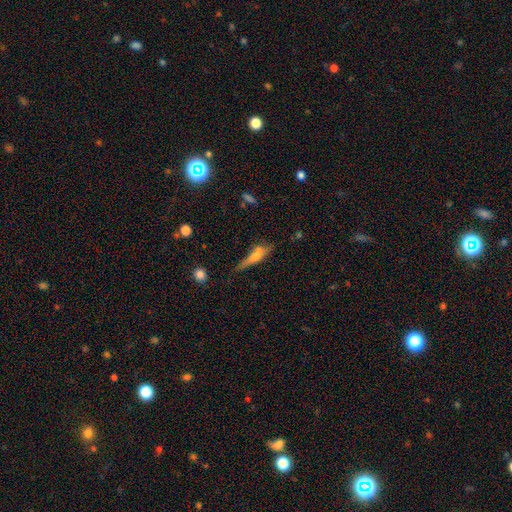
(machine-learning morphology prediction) featured or disk 47%, smooth 43%, star or artifact 9%. Down the decision tree: merging — none (56%).